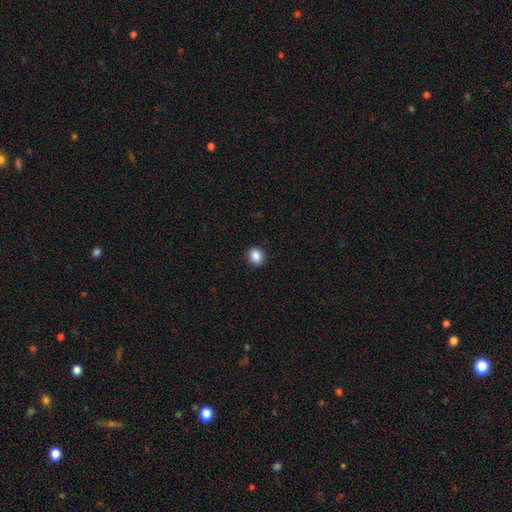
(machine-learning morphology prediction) smooth-or-featured: smooth: 87% | star or artifact: 9% | featured or disk: 4%
  how-rounded: round: 50% | in between: 49% | cigar-shaped: 1%
  merging: none: 89% | minor disturbance: 8% | major disturbance: 2% | merger: 1%